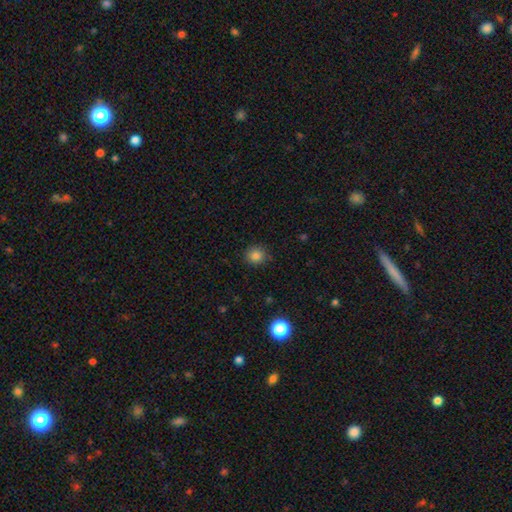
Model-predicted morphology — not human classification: Smooth or featured?
  - smooth: 83% *
  - star or artifact: 12%
  - featured or disk: 5%
How rounded?
  - round: 89% *
  - in between: 10%
  - cigar-shaped: 1%
Merging?
  - none: 88% *
  - minor disturbance: 8%
  - major disturbance: 2%
  - merger: 1%